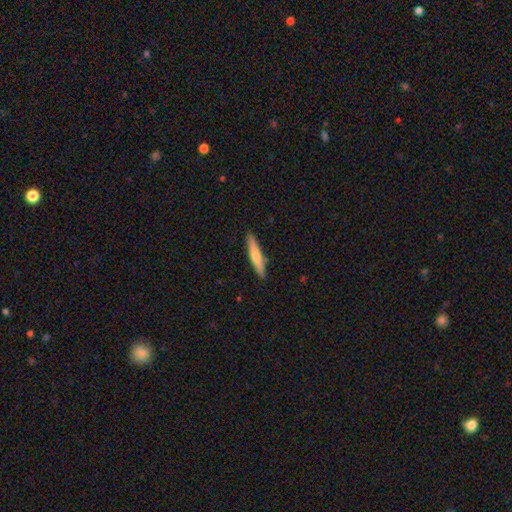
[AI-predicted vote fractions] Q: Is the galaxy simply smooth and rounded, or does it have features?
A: smooth — 60%.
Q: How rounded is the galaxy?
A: cigar-shaped — 91%.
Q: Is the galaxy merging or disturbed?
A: none — 87%.